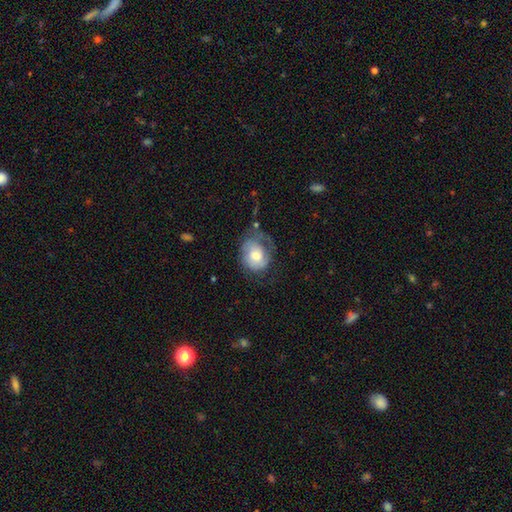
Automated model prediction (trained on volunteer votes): The model was most divided on "smooth or featured": smooth: 51%, featured or disk: 42%, star or artifact: 7%. Remaining: how rounded — round (58%); merging — none (40%).